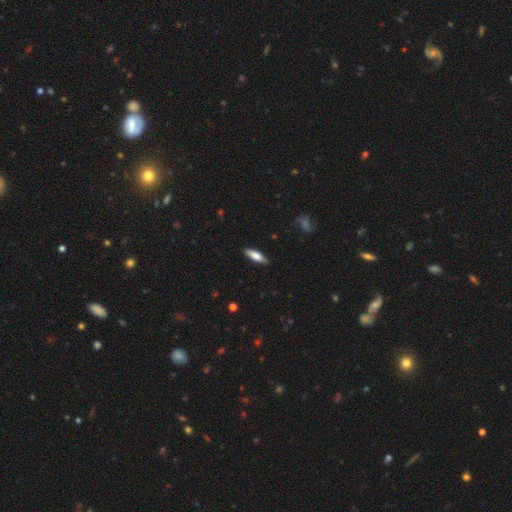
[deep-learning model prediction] Q: Smooth or featured?
A: smooth (73%); runner-up: featured or disk (21%)
Q: How rounded?
A: in between (53%); runner-up: cigar-shaped (45%)
Q: Merging?
A: none (86%); runner-up: minor disturbance (11%)